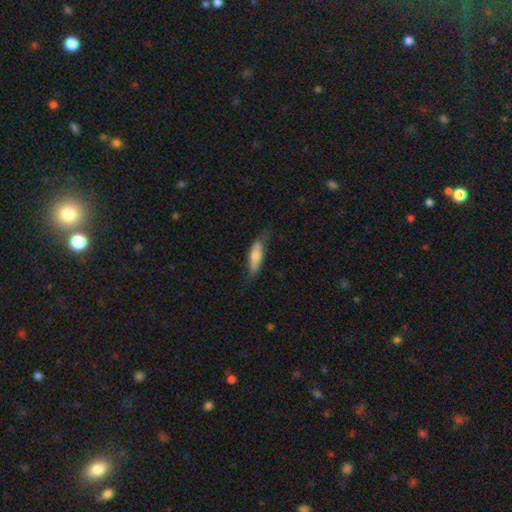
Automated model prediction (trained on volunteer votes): Overall: smooth (69%). How rounded: cigar-shaped (53%; in between 45%). Merging: none (64%; minor disturbance 26%).